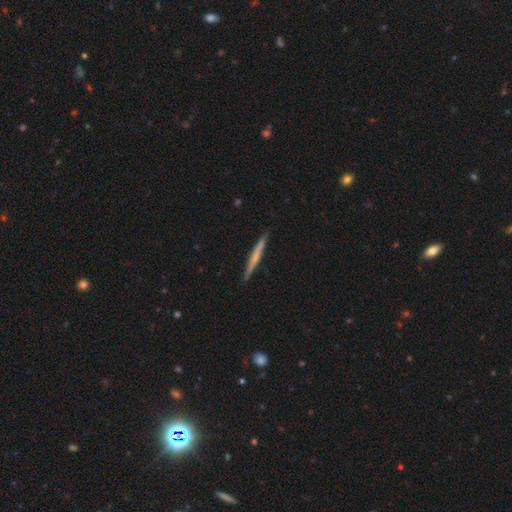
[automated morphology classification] featured or disk 49%, smooth 45%, star or artifact 5%. Down the decision tree: merging — none (91%).